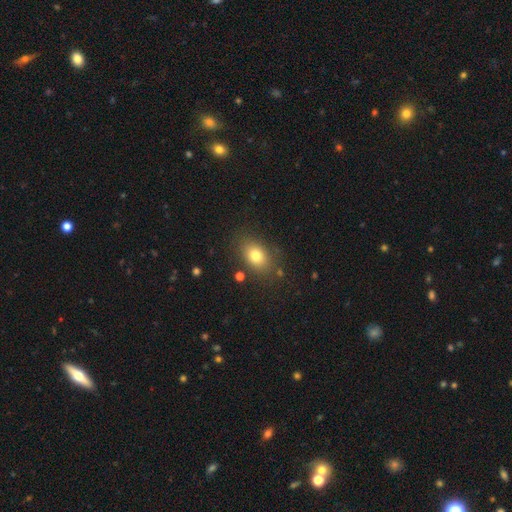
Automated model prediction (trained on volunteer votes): Smooth or featured: smooth — 77% (featured or disk — 12%)
How rounded: in between — 75% (round — 24%)
Merging: none — 82% (minor disturbance — 11%)